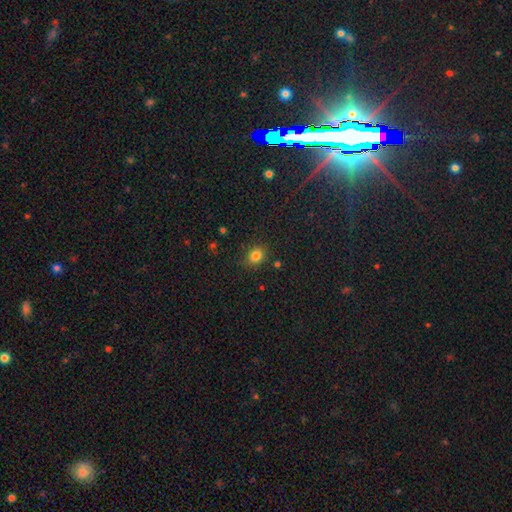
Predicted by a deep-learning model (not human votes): A smooth galaxy with no disk features (81%) that is round (66%). Merging: none (82%).